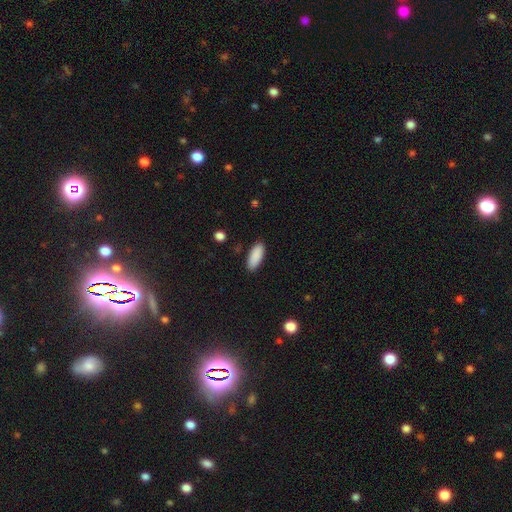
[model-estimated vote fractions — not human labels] A smooth galaxy with no disk features (90%) that is in between round and cigar-shaped (77%).

Vote fractions:
- Smooth or featured? smooth: 90% / star or artifact: 6% / featured or disk: 4%
- How rounded? in between: 77% / cigar-shaped: 21% / round: 2%
- Merging? none: 88% / minor disturbance: 8% / major disturbance: 2% / merger: 1%